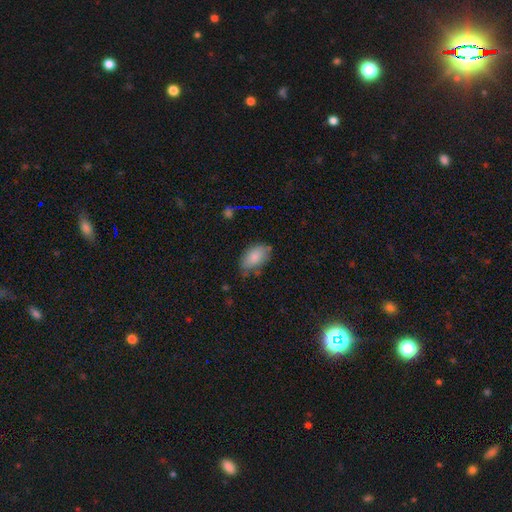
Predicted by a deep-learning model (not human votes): Morphology: type=smooth (83%); roundness=in between (92%); merging=none (64%).